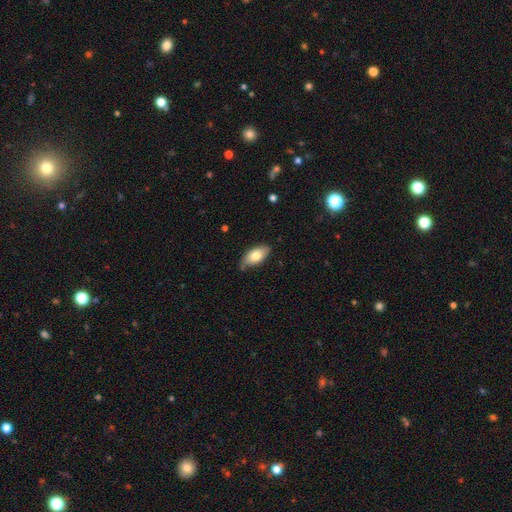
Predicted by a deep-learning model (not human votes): Smooth or featured? smooth (75%)
How rounded? in between (90%)
Merging? none (74%)